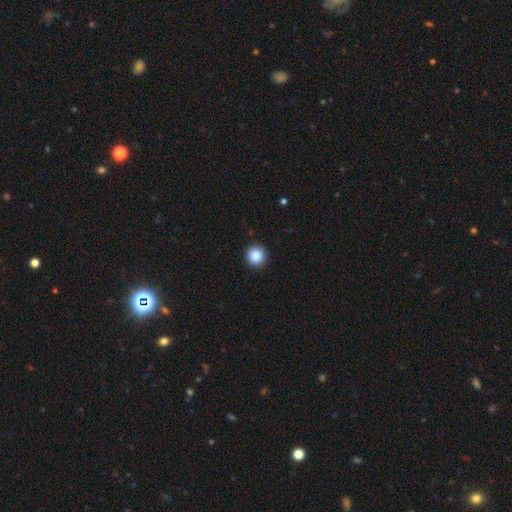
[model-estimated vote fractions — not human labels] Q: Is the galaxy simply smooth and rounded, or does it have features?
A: smooth — 88%.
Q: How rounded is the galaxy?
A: round — 95%.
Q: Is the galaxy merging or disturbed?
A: none — 92%.